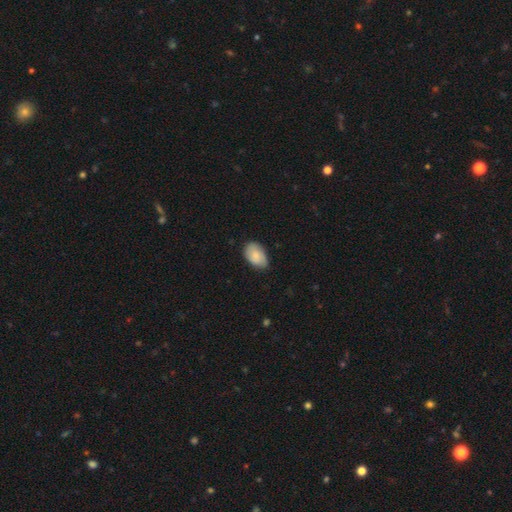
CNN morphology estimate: type=smooth (77%); roundness=in between (89%); merging=none (69%).